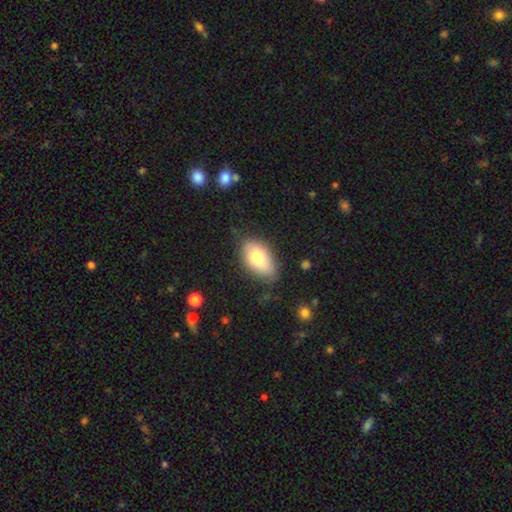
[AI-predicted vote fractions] Smooth or featured?
  - smooth: 78% *
  - featured or disk: 15%
  - star or artifact: 7%
How rounded?
  - in between: 92% *
  - round: 5%
  - cigar-shaped: 2%
Merging?
  - none: 70% *
  - minor disturbance: 22%
  - major disturbance: 6%
  - merger: 2%